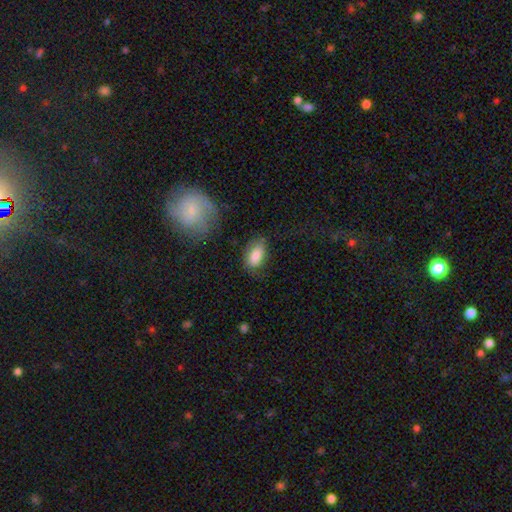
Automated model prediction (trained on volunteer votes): This is clearly a smooth galaxy (84%). How rounded: clearly in between (92%). Merging: likely none (68%).